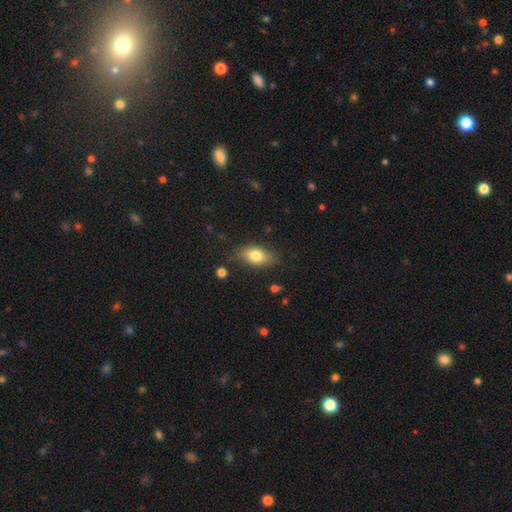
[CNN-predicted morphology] smooth-or-featured: smooth: 78% | featured or disk: 14% | star or artifact: 8%
  how-rounded: in between: 86% | round: 9% | cigar-shaped: 5%
  merging: none: 77% | minor disturbance: 17% | major disturbance: 4% | merger: 2%